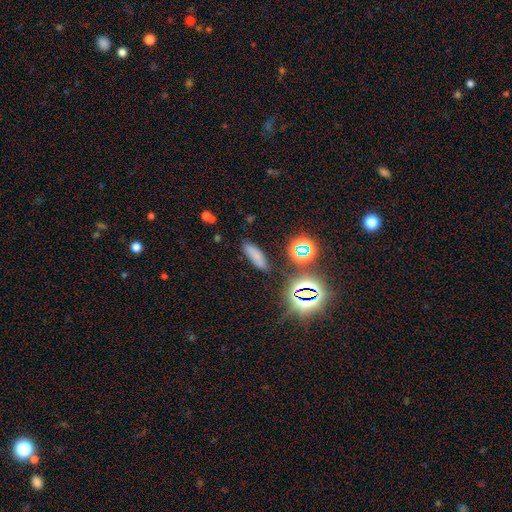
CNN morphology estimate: Smooth or featured? smooth (67%)
How rounded? cigar-shaped (49%)
Merging? none (79%)